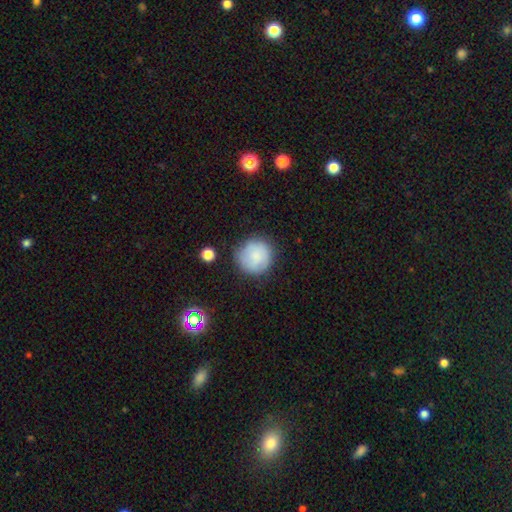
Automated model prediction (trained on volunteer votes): A smooth galaxy with no disk features (78%) that is round (93%).

Vote fractions:
- Smooth or featured? smooth: 78% / featured or disk: 14% / star or artifact: 7%
- How rounded? round: 93% / in between: 6% / cigar-shaped: 1%
- Merging? none: 76% / minor disturbance: 17% / major disturbance: 5% / merger: 3%